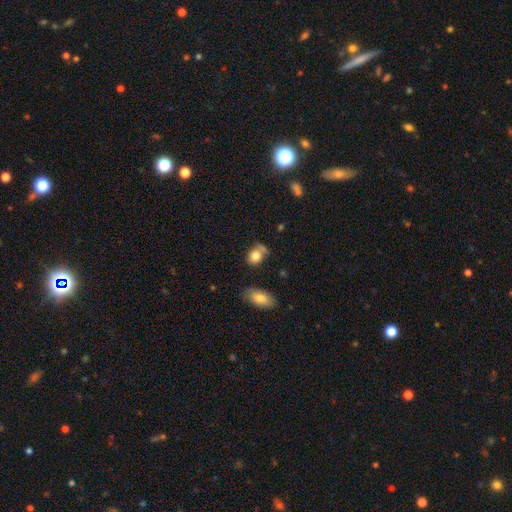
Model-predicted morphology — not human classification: Q: Smooth or featured?
A: smooth (80%); runner-up: featured or disk (11%)
Q: How rounded?
A: in between (53%); runner-up: round (45%)
Q: Merging?
A: none (49%); runner-up: minor disturbance (25%)